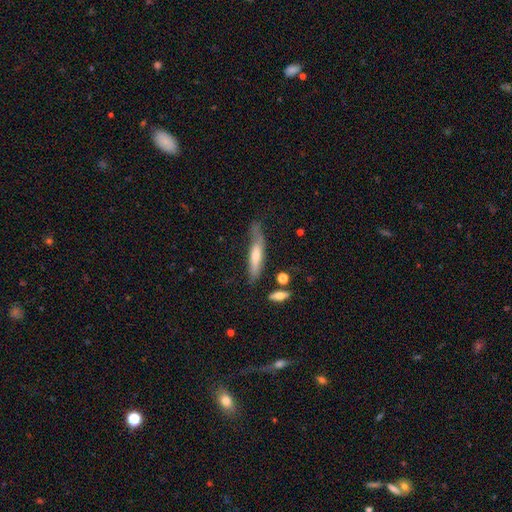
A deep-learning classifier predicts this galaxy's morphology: This appears to be a smooth galaxy with no disk features (52%) that is cigar-shaped (83%). Merging: none (51%).